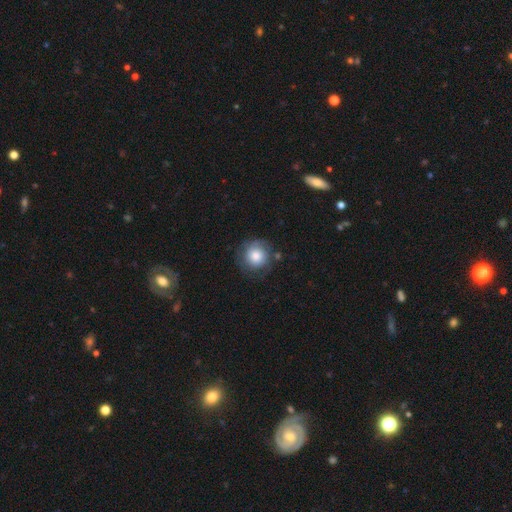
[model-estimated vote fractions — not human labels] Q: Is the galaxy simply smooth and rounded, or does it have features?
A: smooth — 76%.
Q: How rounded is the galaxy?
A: round — 94%.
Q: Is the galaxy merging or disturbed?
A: none — 73%.